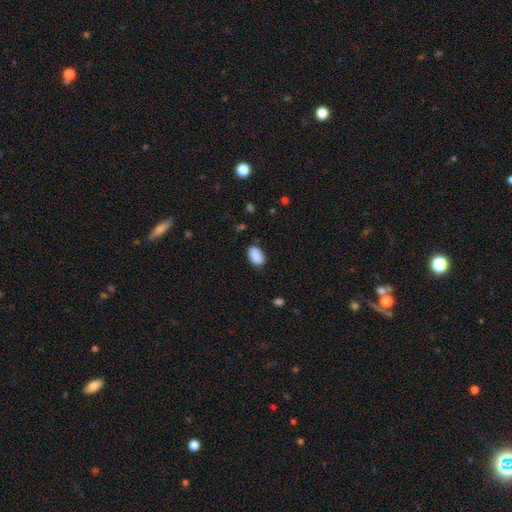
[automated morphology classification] type=smooth (90%); roundness=in between (90%); merging=none (82%).